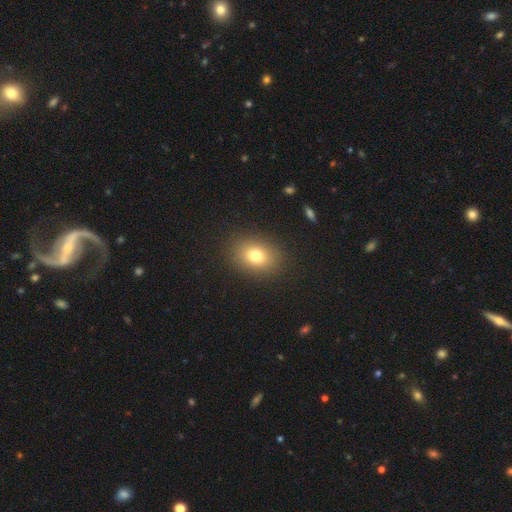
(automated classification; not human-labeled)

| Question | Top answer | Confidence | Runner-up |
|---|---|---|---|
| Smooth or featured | smooth | 78% | star or artifact (12%) |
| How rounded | in between | 59% | round (40%) |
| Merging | none | 88% | minor disturbance (8%) |